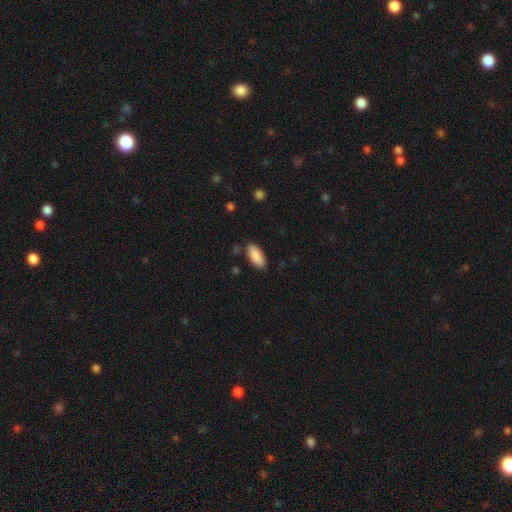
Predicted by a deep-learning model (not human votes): A smooth galaxy with no disk features (89%) that is in between round and cigar-shaped (85%). Merging: none (85%).